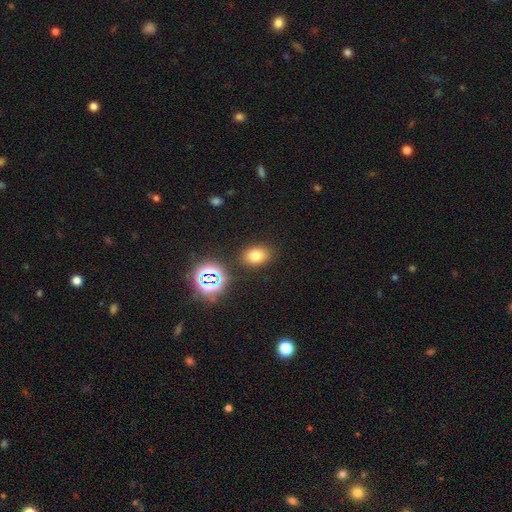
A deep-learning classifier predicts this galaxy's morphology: Smooth or featured?
  - smooth: 72% *
  - star or artifact: 19%
  - featured or disk: 9%
How rounded?
  - in between: 72% *
  - round: 26%
  - cigar-shaped: 1%
Merging?
  - none: 85% *
  - minor disturbance: 9%
  - merger: 3%
  - major disturbance: 3%